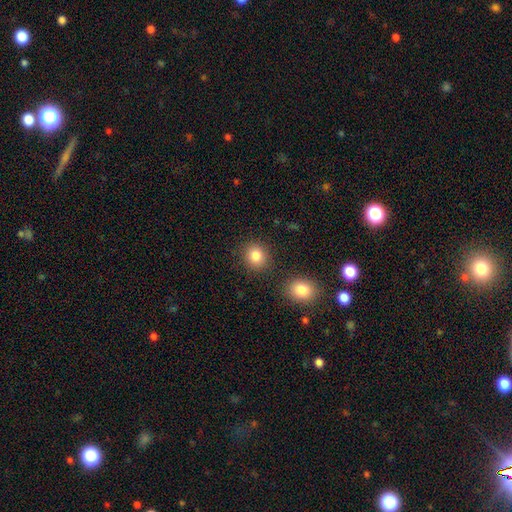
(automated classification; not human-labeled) This appears to be a smooth galaxy with no disk features (84%) that is round (79%). Merging: none (84%).